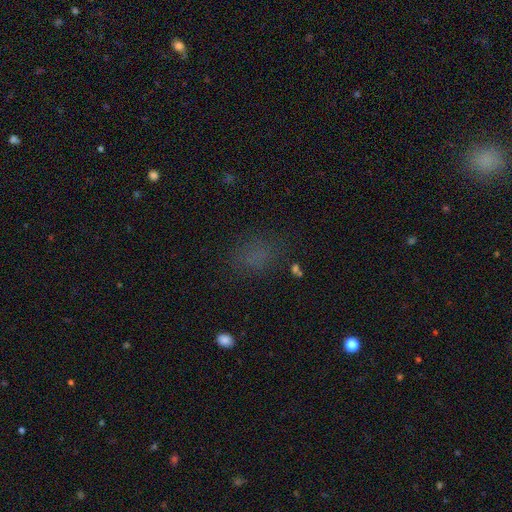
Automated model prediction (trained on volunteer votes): A smooth galaxy with no disk features (64%) that is in between round and cigar-shaped (62%). Merging: none (71%).